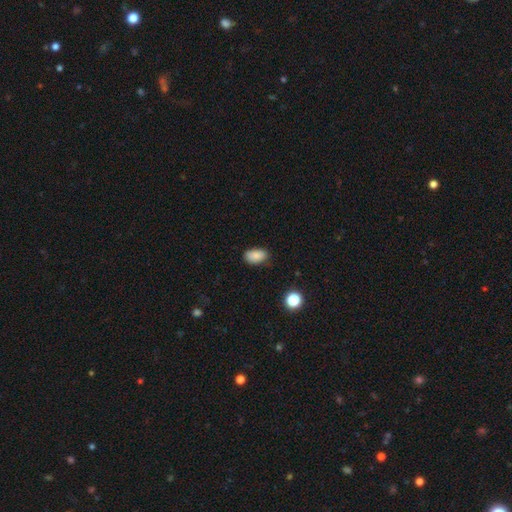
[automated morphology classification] A smooth galaxy with no disk features (86%) that is in between round and cigar-shaped (92%). Merging: none (80%).